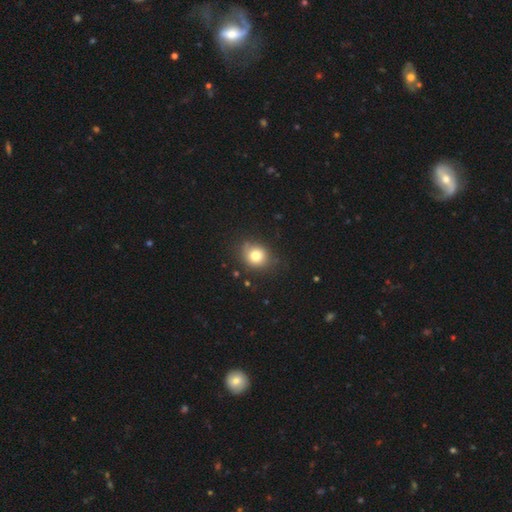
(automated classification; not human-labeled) A smooth galaxy with no disk features (77%) that is round (78%).

Vote fractions:
- Smooth or featured? smooth: 77% / star or artifact: 12% / featured or disk: 11%
- How rounded? round: 78% / in between: 21% / cigar-shaped: 1%
- Merging? none: 74% / minor disturbance: 19% / major disturbance: 5% / merger: 3%